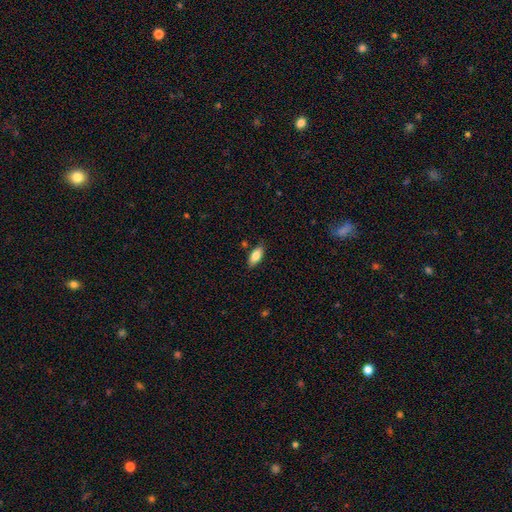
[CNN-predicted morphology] smooth_or_featured: smooth (p=0.83) [alt: featured or disk p=0.10]
how_rounded: in between (p=0.87) [alt: cigar-shaped p=0.10]
merging: none (p=0.83) [alt: minor disturbance p=0.12]